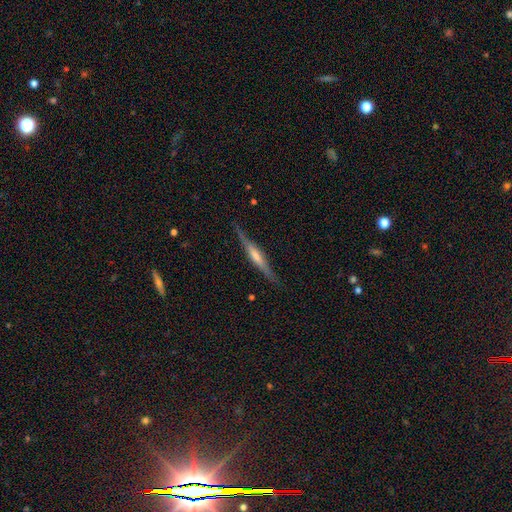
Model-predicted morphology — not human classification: A featured or disk galaxy (70%) viewed edge-on (97%) with a rounded central bulge (54%).

Vote fractions:
- Smooth or featured? featured or disk: 70% / smooth: 23% / star or artifact: 6%
- Edge-on disk? yes: 97% / no: 3%
- Edge-on bulge? rounded: 54% / boxy: 26% / none: 20%
- Merging? none: 85% / minor disturbance: 11% / major disturbance: 3% / merger: 1%